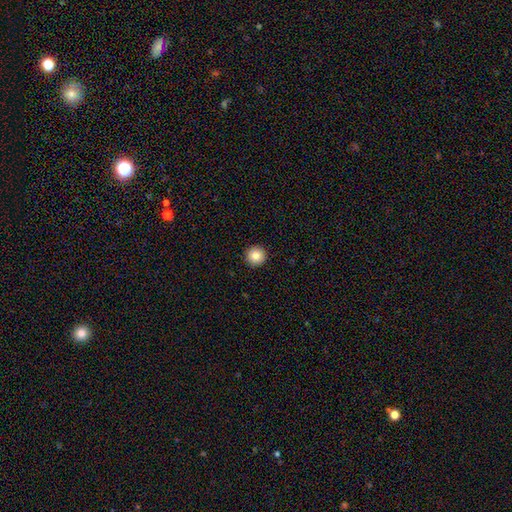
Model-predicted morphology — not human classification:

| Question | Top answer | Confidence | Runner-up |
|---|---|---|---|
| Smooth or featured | smooth | 84% | star or artifact (9%) |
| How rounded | round | 96% | in between (3%) |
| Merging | none | 94% | minor disturbance (4%) |